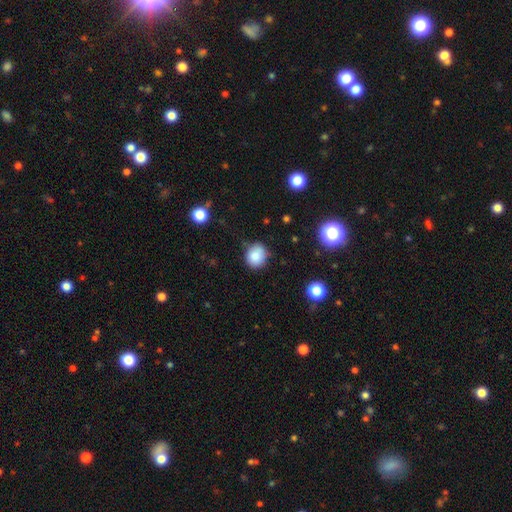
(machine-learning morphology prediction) This appears to be a smooth galaxy with no disk features (84%) that is round (70%). Merging: none (75%).